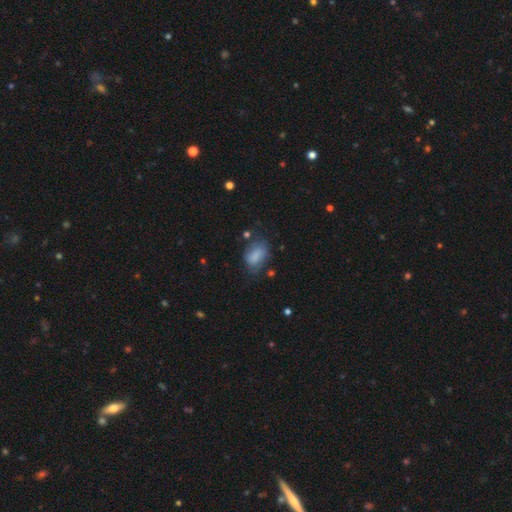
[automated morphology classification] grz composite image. It shows a smooth galaxy with no disk features (76%) that is in between round and cigar-shaped (83%). Merging: none (48%).